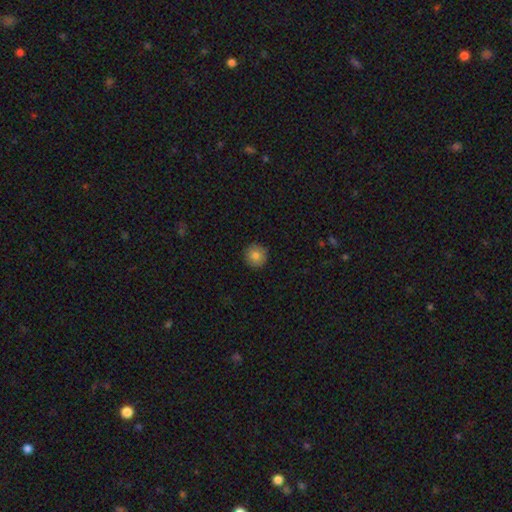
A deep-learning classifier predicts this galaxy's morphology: smooth_or_featured: smooth (p=0.80) [alt: featured or disk p=0.10]
how_rounded: round (p=0.95) [alt: in between p=0.04]
merging: none (p=0.91) [alt: minor disturbance p=0.06]